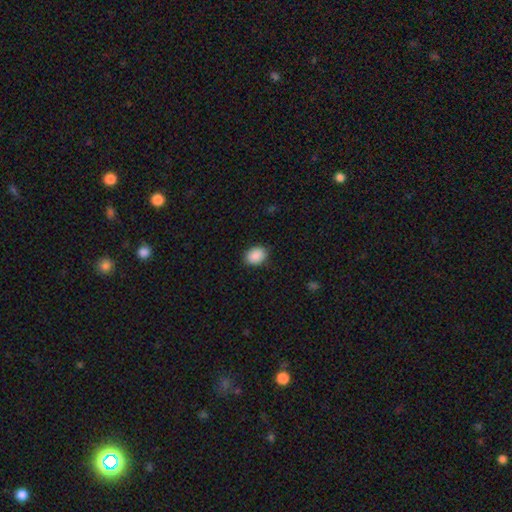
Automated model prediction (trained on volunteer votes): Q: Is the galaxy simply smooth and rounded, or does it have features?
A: smooth — 90%.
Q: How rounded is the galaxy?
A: in between — 69%.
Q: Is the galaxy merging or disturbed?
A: none — 87%.